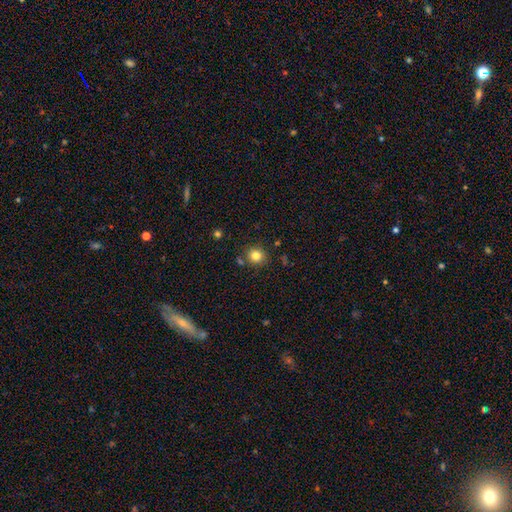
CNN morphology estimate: Smooth or featured: smooth — 82% (star or artifact — 12%)
How rounded: round — 89% (in between — 10%)
Merging: none — 82% (minor disturbance — 9%)